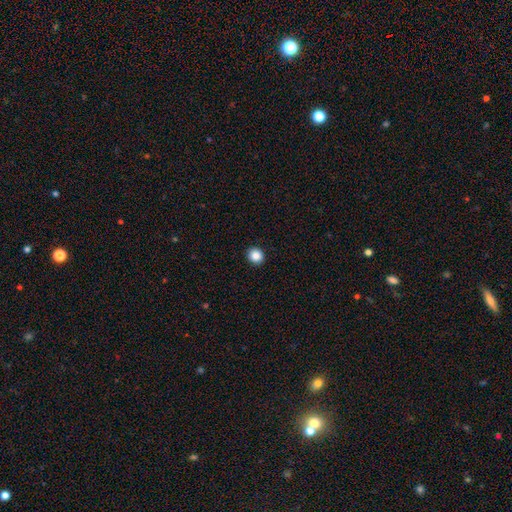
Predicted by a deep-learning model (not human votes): smooth_or_featured: smooth (p=0.87) [alt: star or artifact p=0.10]
how_rounded: round (p=0.88) [alt: in between p=0.11]
merging: none (p=0.93) [alt: minor disturbance p=0.04]